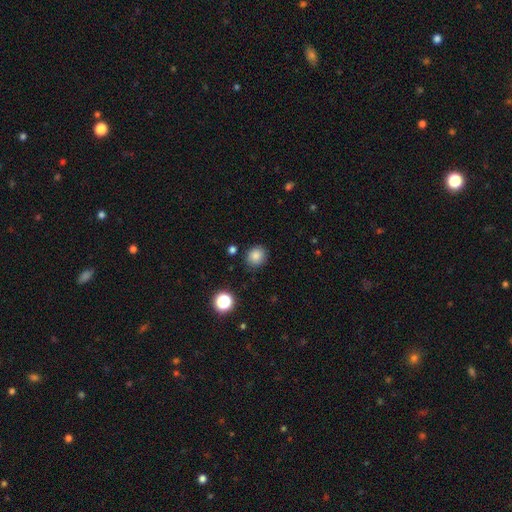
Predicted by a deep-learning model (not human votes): A smooth galaxy with no disk features (84%) that is round (81%).

Vote fractions:
- Smooth or featured? smooth: 84% / star or artifact: 12% / featured or disk: 5%
- How rounded? round: 81% / in between: 18% / cigar-shaped: 1%
- Merging? none: 87% / minor disturbance: 9% / major disturbance: 2% / merger: 2%